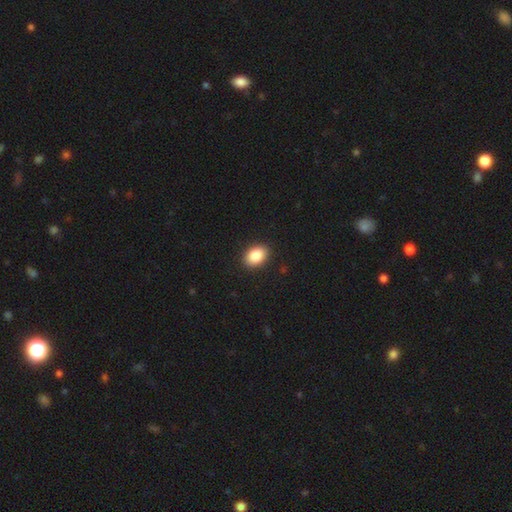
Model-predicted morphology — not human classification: Smooth or featured?
  - smooth: 87% *
  - star or artifact: 8%
  - featured or disk: 6%
How rounded?
  - in between: 79% *
  - round: 20%
  - cigar-shaped: 1%
Merging?
  - none: 90% *
  - minor disturbance: 7%
  - major disturbance: 2%
  - merger: 1%